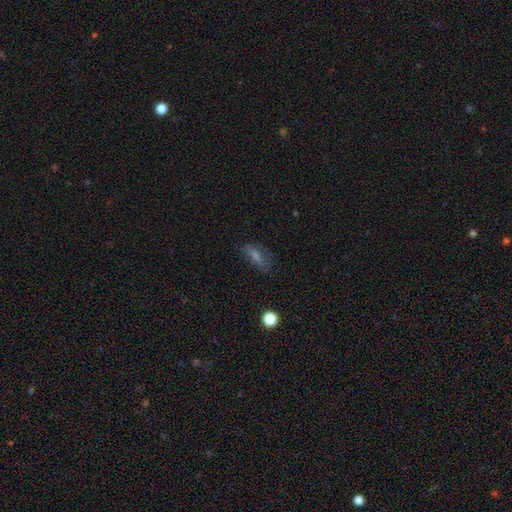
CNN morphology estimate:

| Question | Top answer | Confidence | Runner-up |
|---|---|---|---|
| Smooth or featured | smooth | 50% | featured or disk (29%) |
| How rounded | in between | 62% | cigar-shaped (30%) |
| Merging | none | 72% | minor disturbance (19%) |